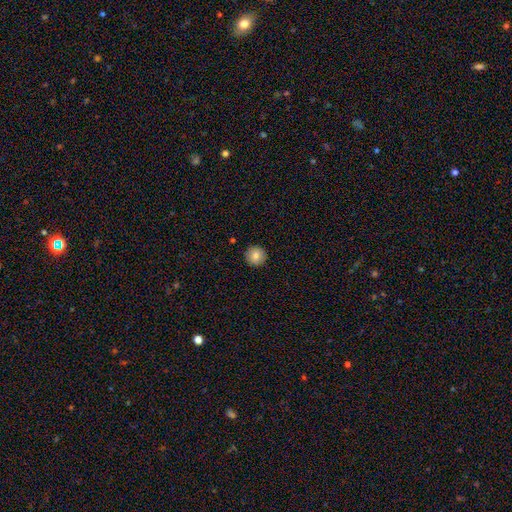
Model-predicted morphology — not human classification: Smooth or featured: smooth — 83% (star or artifact — 9%)
How rounded: round — 96% (in between — 3%)
Merging: none — 92% (minor disturbance — 5%)